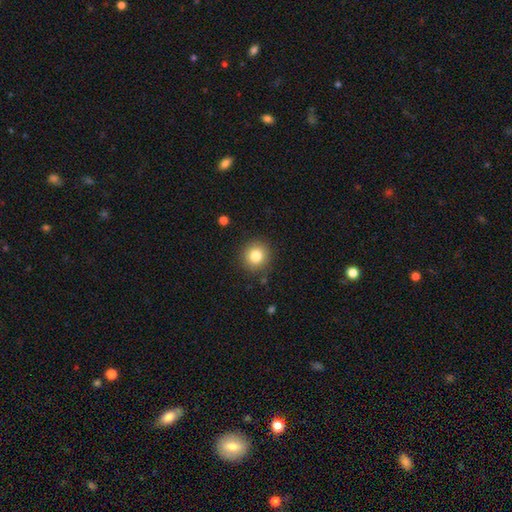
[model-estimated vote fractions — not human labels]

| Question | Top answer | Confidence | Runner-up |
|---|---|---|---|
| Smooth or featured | smooth | 81% | star or artifact (11%) |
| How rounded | round | 92% | in between (7%) |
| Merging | none | 89% | minor disturbance (7%) |